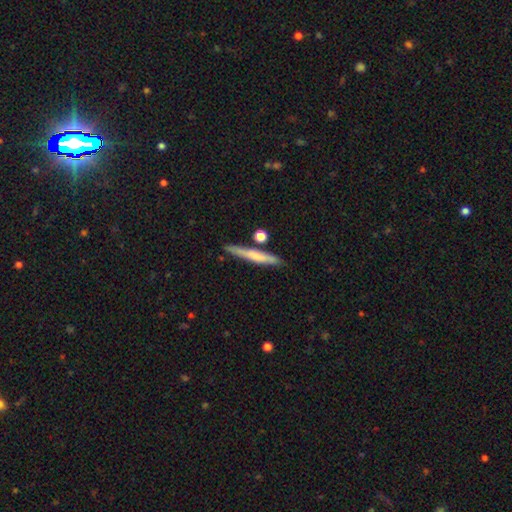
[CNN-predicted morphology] Q: Smooth or featured?
A: smooth (60%); runner-up: featured or disk (34%)
Q: How rounded?
A: cigar-shaped (94%); runner-up: in between (4%)
Q: Merging?
A: none (79%); runner-up: minor disturbance (12%)